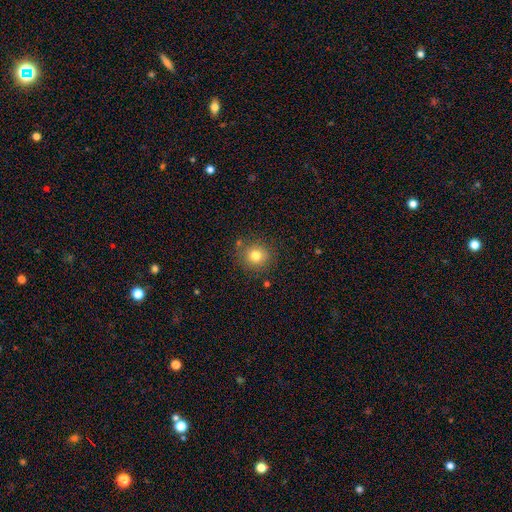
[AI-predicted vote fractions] This is likely a smooth galaxy (78%). How rounded: clearly round (90%). Merging: clearly none (83%).